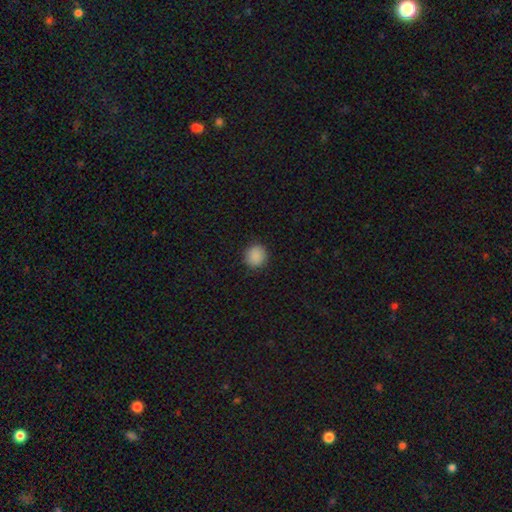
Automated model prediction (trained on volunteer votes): A smooth galaxy with no disk features (88%) that is round (89%).

Vote fractions:
- Smooth or featured? smooth: 88% / star or artifact: 9% / featured or disk: 3%
- How rounded? round: 89% / in between: 10% / cigar-shaped: 1%
- Merging? none: 90% / minor disturbance: 7% / major disturbance: 2% / merger: 1%